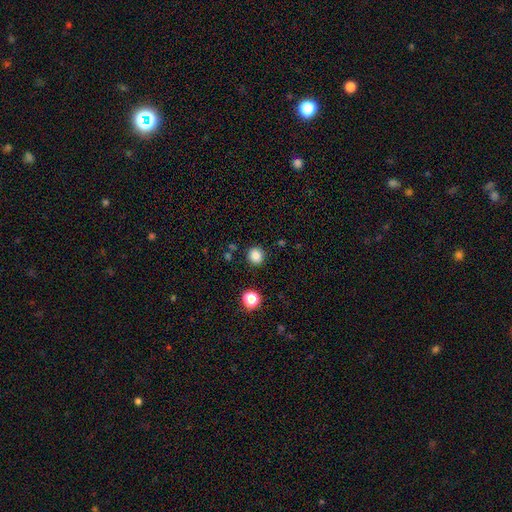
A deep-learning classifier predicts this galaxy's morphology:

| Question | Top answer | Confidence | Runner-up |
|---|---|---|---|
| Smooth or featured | smooth | 83% | star or artifact (12%) |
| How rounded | round | 91% | in between (8%) |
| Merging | none | 89% | minor disturbance (6%) |